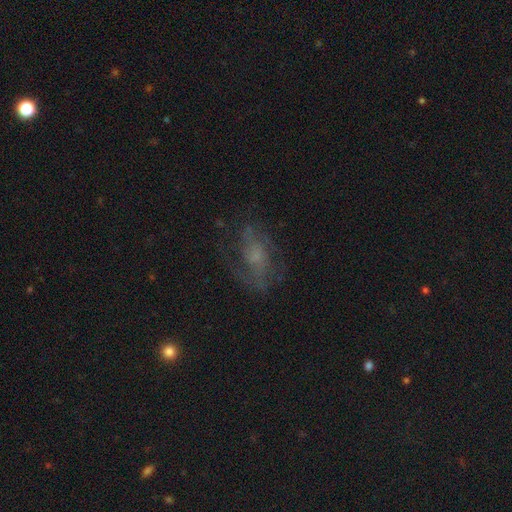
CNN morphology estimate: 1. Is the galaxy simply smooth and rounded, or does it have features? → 54% featured or disk, 29% smooth, 17% star or artifact.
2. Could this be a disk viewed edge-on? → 94% no, 6% yes.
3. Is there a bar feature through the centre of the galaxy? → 71% no, 24% weak, 5% strong.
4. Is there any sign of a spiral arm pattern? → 68% yes, 32% no.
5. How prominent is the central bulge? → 37% small, 28% none, 27% moderate, 7% large, 2% dominant.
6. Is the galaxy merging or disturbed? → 58% none, 20% major disturbance, 20% minor disturbance, 2% merger.